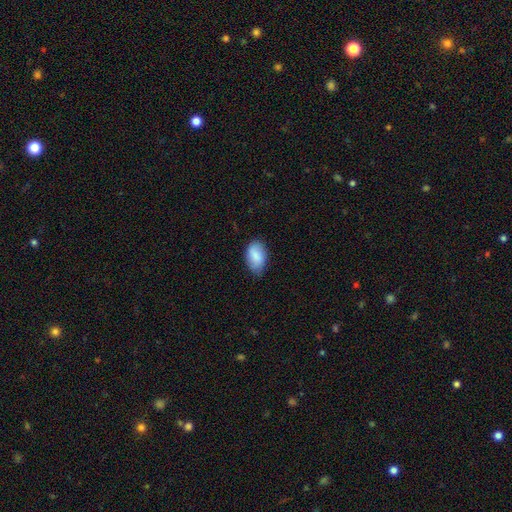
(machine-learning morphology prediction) Smooth or featured? smooth (86%)
How rounded? in between (92%)
Merging? none (67%)